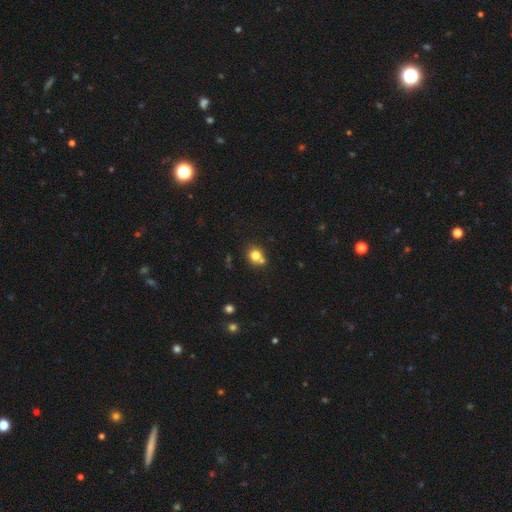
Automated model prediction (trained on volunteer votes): The model was most divided on "merging": none: 56%, merger: 29%, minor disturbance: 12%, major disturbance: 4%. More confident: smooth or featured — smooth (77%); how rounded — round (77%).